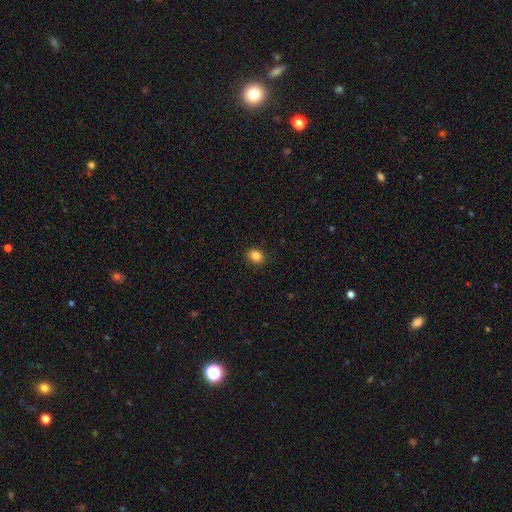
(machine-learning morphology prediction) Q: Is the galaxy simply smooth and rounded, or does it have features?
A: smooth — 85%.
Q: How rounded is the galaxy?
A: round — 52%.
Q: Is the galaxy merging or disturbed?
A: none — 90%.